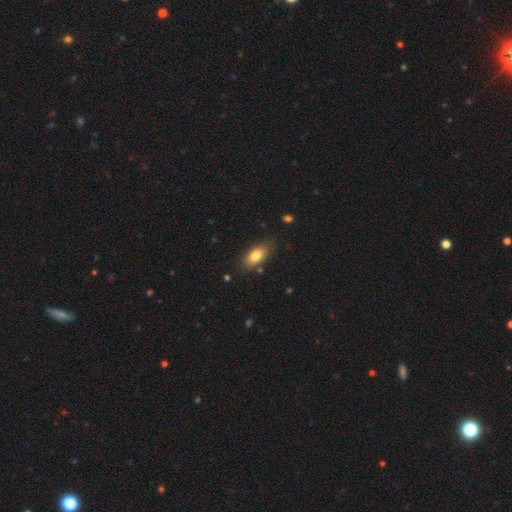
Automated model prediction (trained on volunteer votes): A smooth galaxy with no disk features (80%) that is in between round and cigar-shaped (88%). Merging: none (81%).